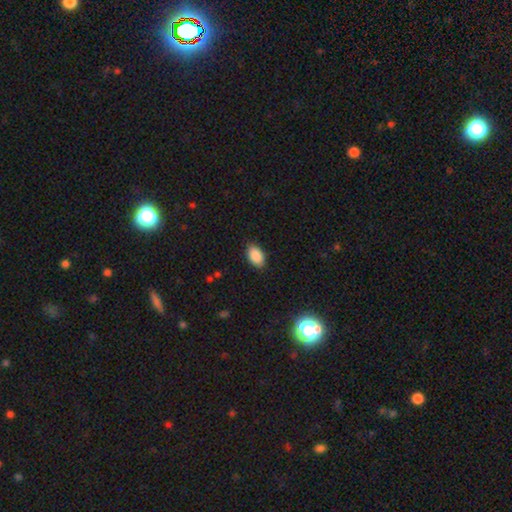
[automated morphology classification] This appears to be a smooth galaxy with no disk features (88%) that is in between round and cigar-shaped (93%). Merging: none (88%).